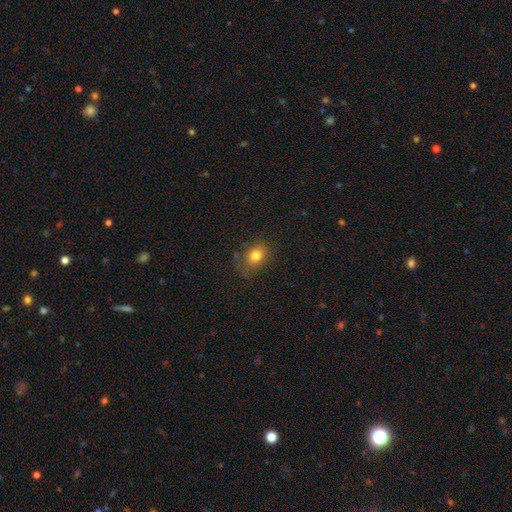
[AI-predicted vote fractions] This appears to be a smooth galaxy with no disk features (79%) that is in between round and cigar-shaped (60%). Merging: none (75%).